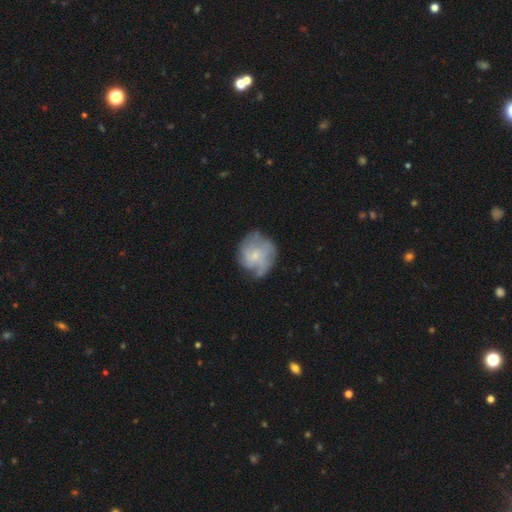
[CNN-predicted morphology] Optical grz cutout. It shows a featured or disk galaxy (59%) with no bar (70%), spiral arms (77%) and a small central bulge (69%). Merging: none (61%).